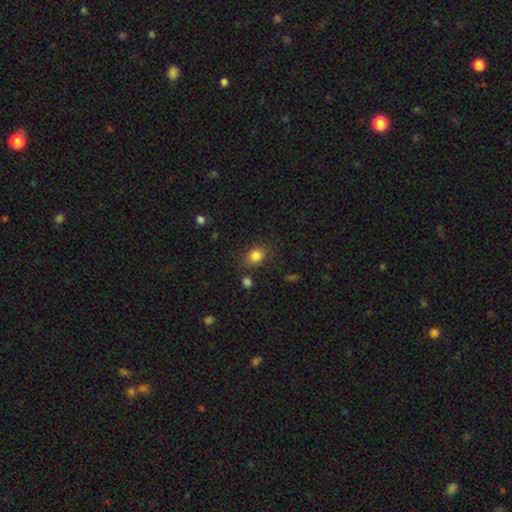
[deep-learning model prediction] A smooth galaxy with no disk features (84%) that is in between round and cigar-shaped (56%).

Vote fractions:
- Smooth or featured? smooth: 84% / star or artifact: 11% / featured or disk: 5%
- How rounded? in between: 56% / round: 43% / cigar-shaped: 1%
- Merging? none: 75% / minor disturbance: 15% / major disturbance: 5% / merger: 5%